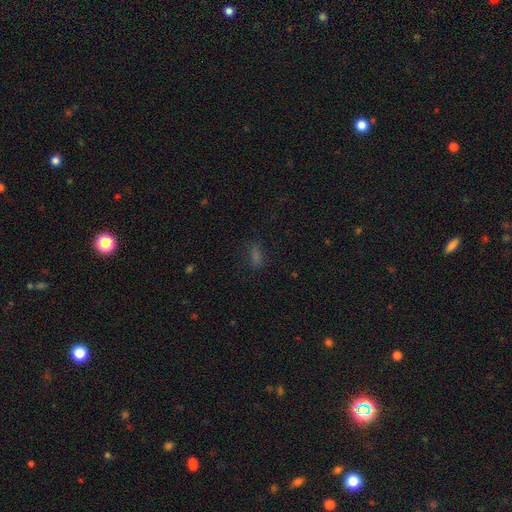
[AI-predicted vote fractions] This is likely a smooth galaxy (64%). How rounded: likely in between (63%). Merging: likely none (78%).